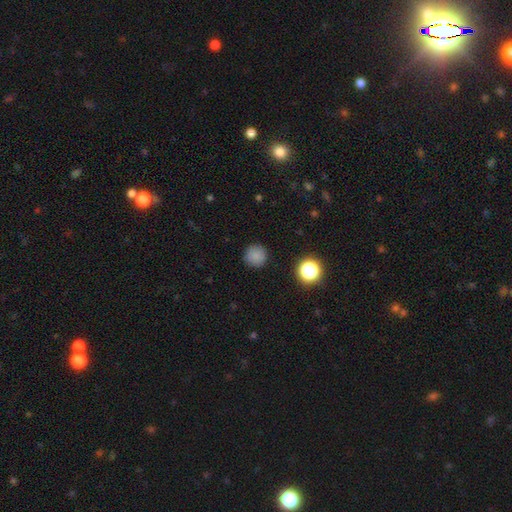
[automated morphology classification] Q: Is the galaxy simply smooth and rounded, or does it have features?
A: smooth — 83%.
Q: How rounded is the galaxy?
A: round — 95%.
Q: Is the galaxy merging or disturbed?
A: none — 90%.